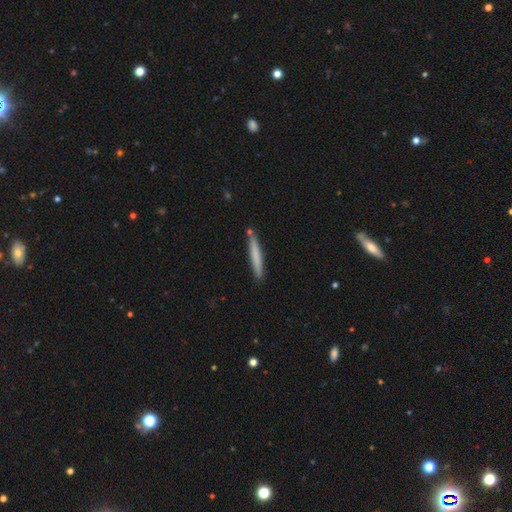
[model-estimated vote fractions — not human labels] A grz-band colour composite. It shows a smooth galaxy with no disk features (71%) that is cigar-shaped (96%). Merging: none (85%).